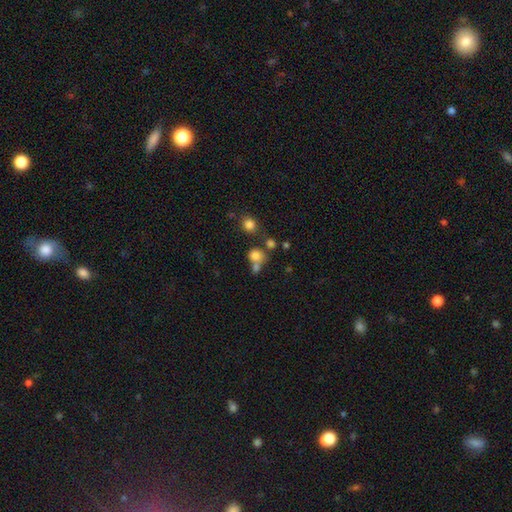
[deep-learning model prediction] Overall: smooth (76%). How rounded: round (74%). Merging: none (46%; merger 39%).